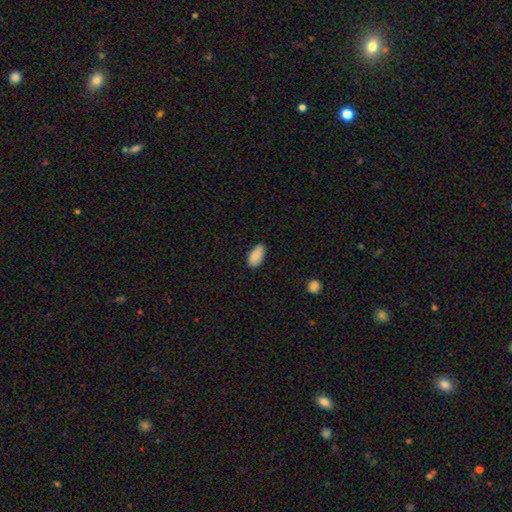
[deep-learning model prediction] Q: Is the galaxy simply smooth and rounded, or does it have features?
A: smooth — 88%.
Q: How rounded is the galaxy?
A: in between — 94%.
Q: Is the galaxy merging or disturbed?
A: none — 76%.